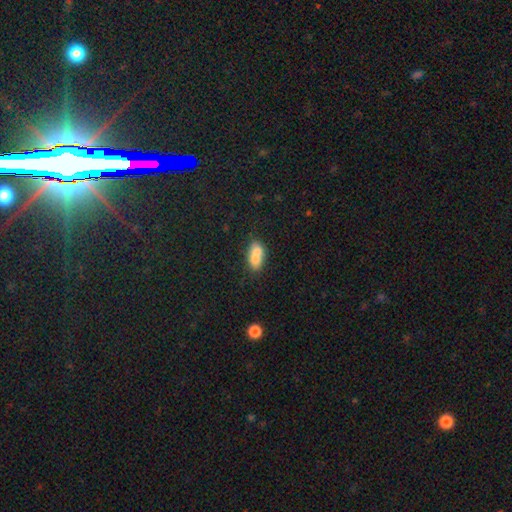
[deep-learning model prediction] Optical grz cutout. It shows a smooth galaxy with no disk features (73%) that is in between round and cigar-shaped (84%). Merging: merger (48%).